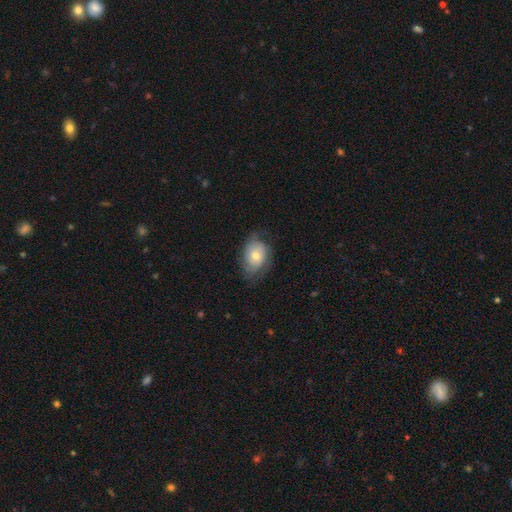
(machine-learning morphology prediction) type=smooth (56%); roundness=in between (76%); merging=none (59%).